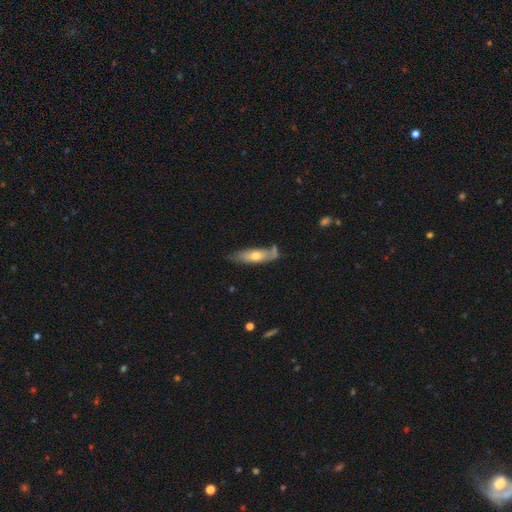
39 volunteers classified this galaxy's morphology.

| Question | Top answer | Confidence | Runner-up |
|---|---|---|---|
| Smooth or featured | smooth | 56% | featured or disk (41%) |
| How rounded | cigar-shaped | 73% | in between (23%) |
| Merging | none | 58% | minor disturbance (29%) |